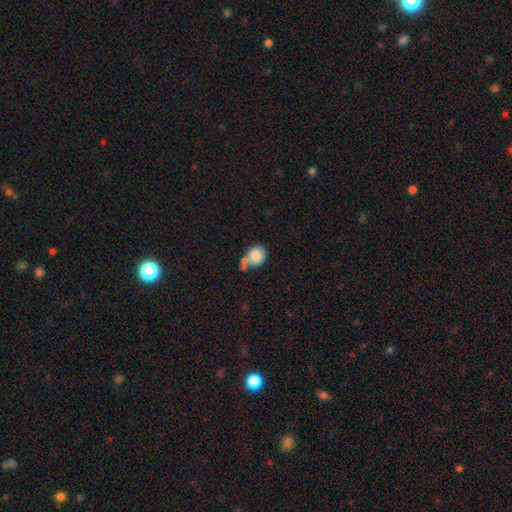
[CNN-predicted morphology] A smooth galaxy with no disk features (82%) that is round (63%).

Vote fractions:
- Smooth or featured? smooth: 82% / featured or disk: 10% / star or artifact: 8%
- How rounded? round: 63% / in between: 36% / cigar-shaped: 1%
- Merging? none: 43% / merger: 33% / minor disturbance: 18% / major disturbance: 6%